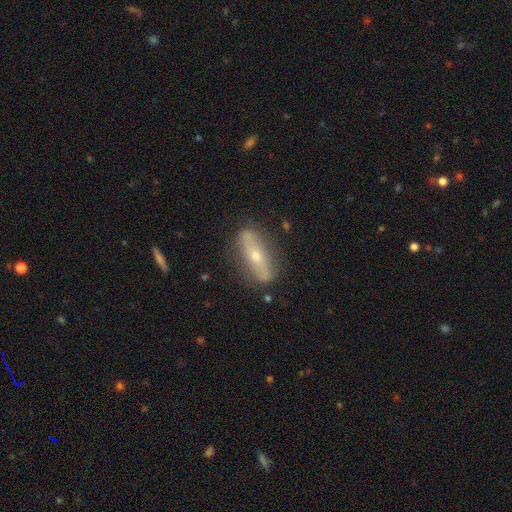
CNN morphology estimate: Smooth or featured: featured or disk — 60% (smooth — 32%)
Edge-on disk: yes — 51% (no — 49%)
Merging: none — 79% (minor disturbance — 14%)